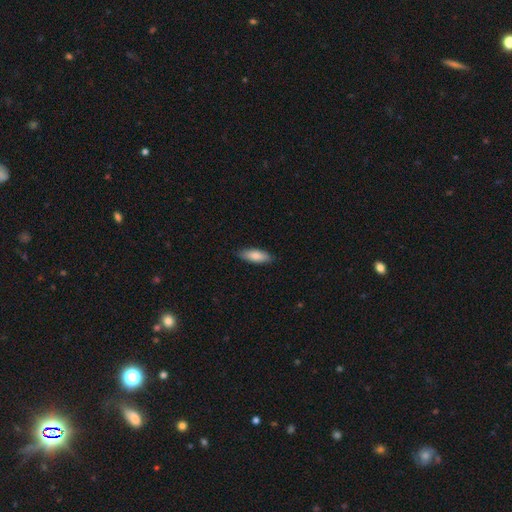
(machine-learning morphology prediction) Smooth or featured? smooth (84%)
How rounded? in between (68%)
Merging? none (86%)